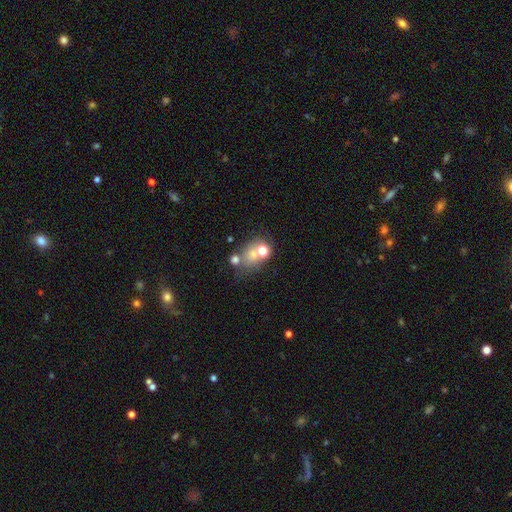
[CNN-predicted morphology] Overall: smooth (58%; star or artifact 21%). How rounded: round (55%; in between 43%). Merging: none (43%; merger 35%).